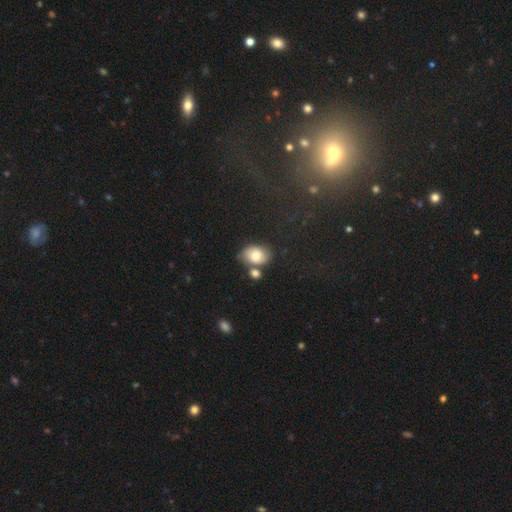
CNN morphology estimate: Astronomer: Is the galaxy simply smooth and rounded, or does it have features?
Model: smooth — 76%.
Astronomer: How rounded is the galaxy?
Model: in between — 72%.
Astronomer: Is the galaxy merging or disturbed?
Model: none — 60%.